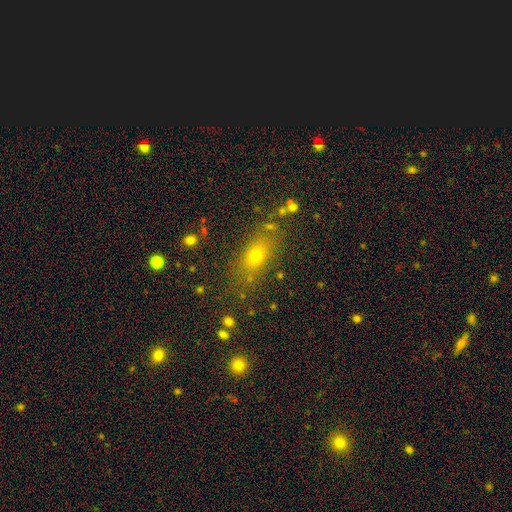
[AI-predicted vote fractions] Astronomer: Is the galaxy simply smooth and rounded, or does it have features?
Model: smooth — 68%.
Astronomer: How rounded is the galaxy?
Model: in between — 65%.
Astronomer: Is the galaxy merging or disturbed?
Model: none — 76%.